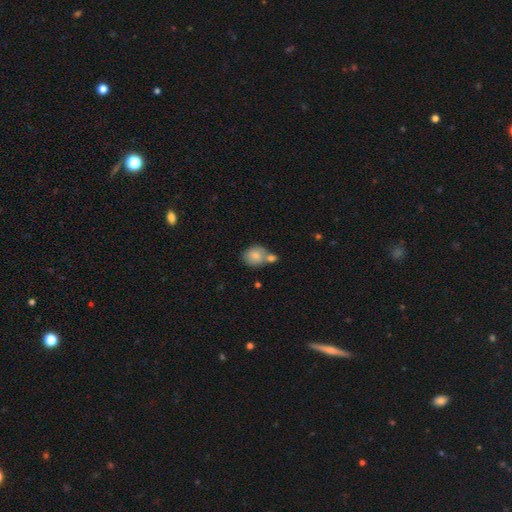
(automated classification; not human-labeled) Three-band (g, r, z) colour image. It shows a smooth galaxy with no disk features (80%) that is round (66%). Merging: none (43%).